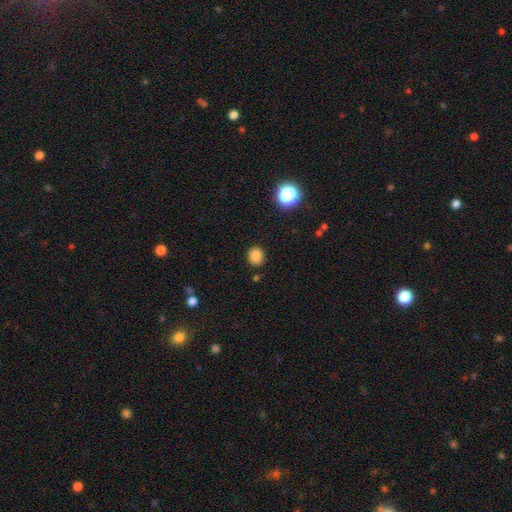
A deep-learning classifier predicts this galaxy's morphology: This is clearly a smooth galaxy (84%). How rounded: likely round (71%). Merging: clearly none (87%).